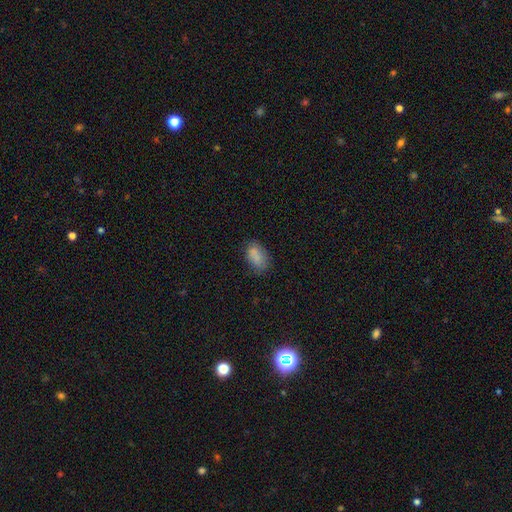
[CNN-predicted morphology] smooth 83%, star or artifact 9%, featured or disk 8%. Down the decision tree: how rounded — in between (90%); merging — none (69%).